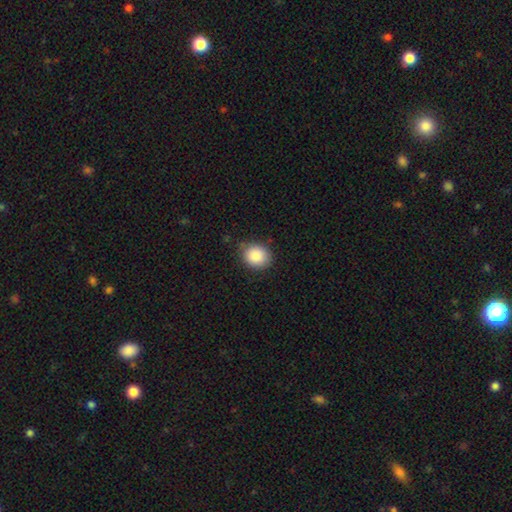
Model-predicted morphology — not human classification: A smooth galaxy with no disk features (87%) that is round (68%). Merging: none (81%).